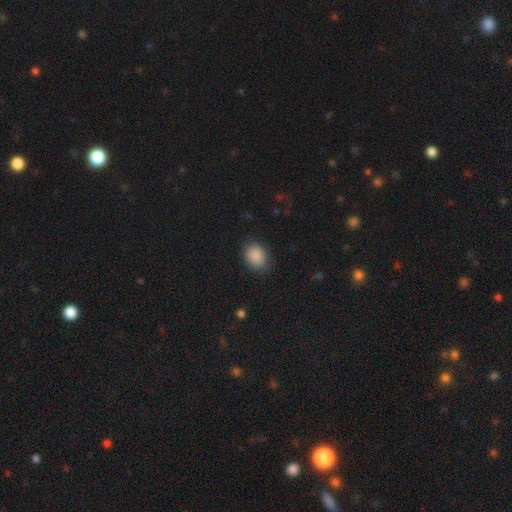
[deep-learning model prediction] Smooth or featured? Predicted: smooth (p=0.89). How rounded? Predicted: in between (p=0.67). Merging? Predicted: none (p=0.85).